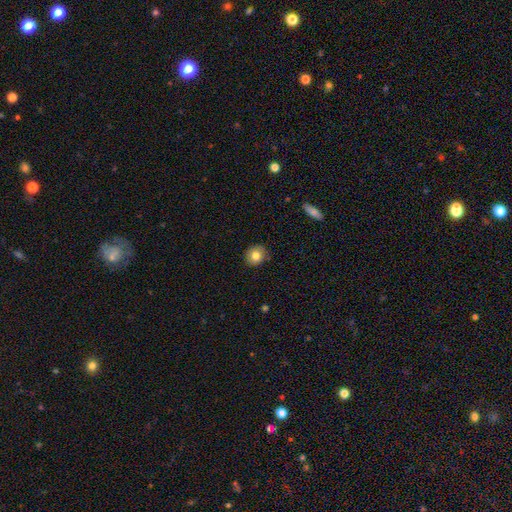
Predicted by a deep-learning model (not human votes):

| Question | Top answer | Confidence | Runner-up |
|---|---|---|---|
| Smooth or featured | smooth | 82% | star or artifact (9%) |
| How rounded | round | 80% | in between (19%) |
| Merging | none | 87% | minor disturbance (10%) |